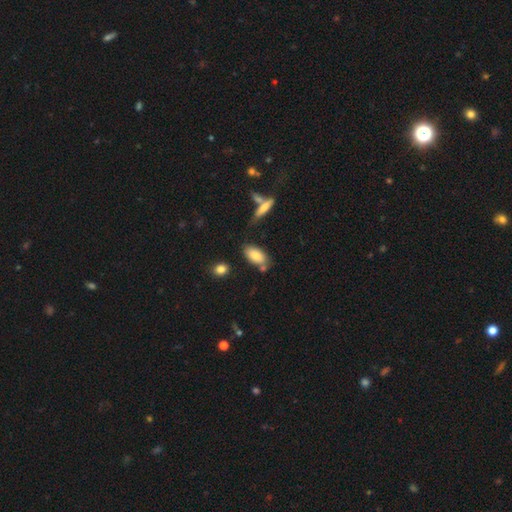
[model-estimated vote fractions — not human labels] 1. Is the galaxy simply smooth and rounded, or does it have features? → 80% smooth, 12% featured or disk, 8% star or artifact.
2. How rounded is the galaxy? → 89% in between, 8% cigar-shaped, 3% round.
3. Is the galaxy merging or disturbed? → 64% none, 17% minor disturbance, 14% merger, 5% major disturbance.